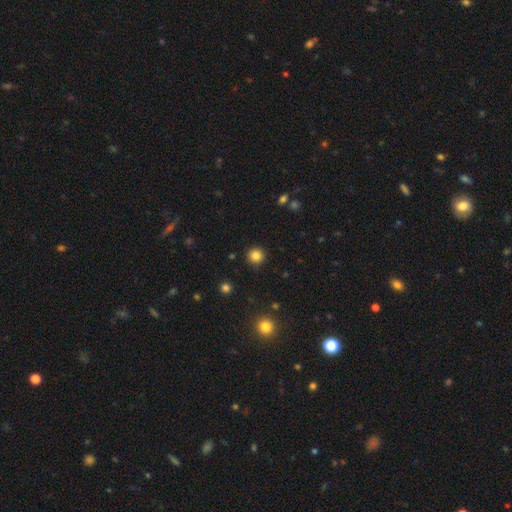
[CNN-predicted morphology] Smooth or featured? Predicted: smooth (p=0.84). How rounded? Predicted: round (p=0.94). Merging? Predicted: none (p=0.92).